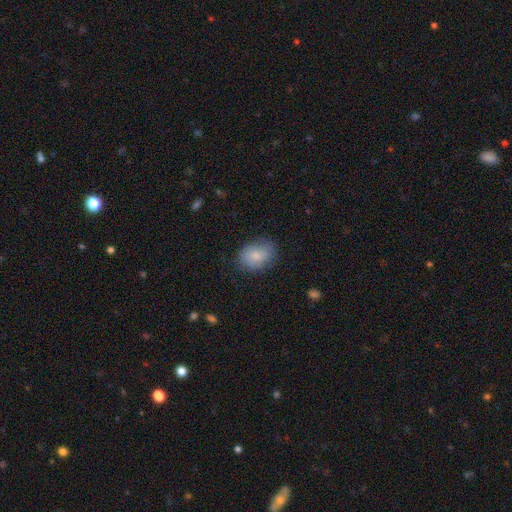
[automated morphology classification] smooth-or-featured: smooth: 79% | featured or disk: 14% | star or artifact: 7%
  how-rounded: in between: 67% | round: 32% | cigar-shaped: 1%
  merging: none: 74% | minor disturbance: 20% | major disturbance: 5% | merger: 1%